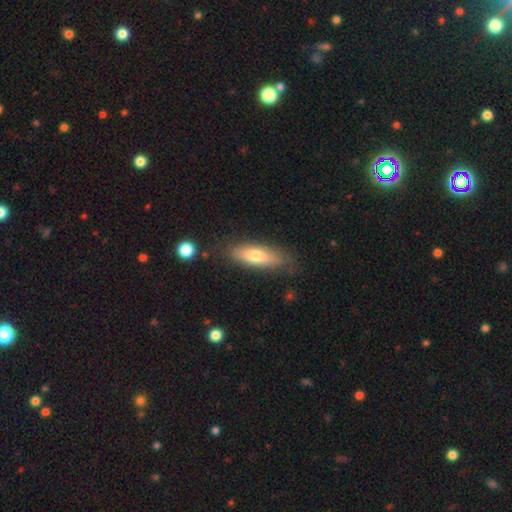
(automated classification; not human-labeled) Smooth or featured?
  - smooth: 66% *
  - featured or disk: 28%
  - star or artifact: 6%
How rounded?
  - cigar-shaped: 51% *
  - in between: 47%
  - round: 2%
Merging?
  - none: 79% *
  - minor disturbance: 15%
  - major disturbance: 4%
  - merger: 2%